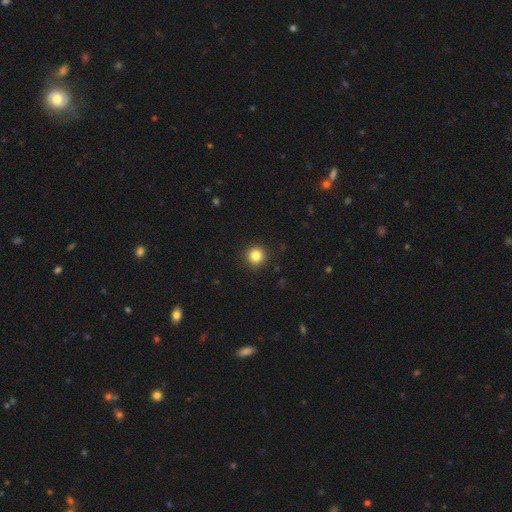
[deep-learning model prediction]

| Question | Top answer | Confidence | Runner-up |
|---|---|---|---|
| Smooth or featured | smooth | 84% | star or artifact (11%) |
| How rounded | round | 95% | in between (4%) |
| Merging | none | 92% | minor disturbance (5%) |